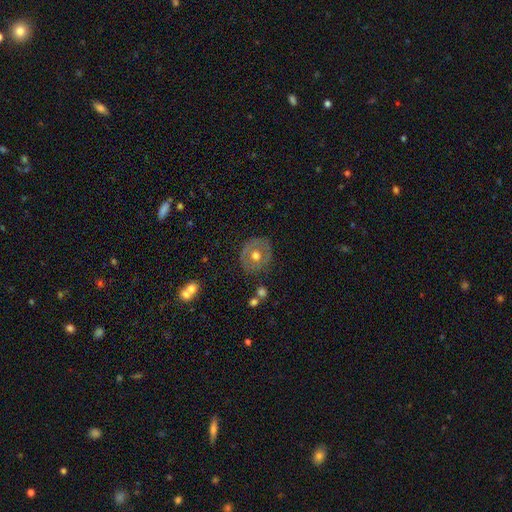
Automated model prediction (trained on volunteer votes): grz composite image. It shows a smooth galaxy with no disk features (48%). Merging: none (80%).